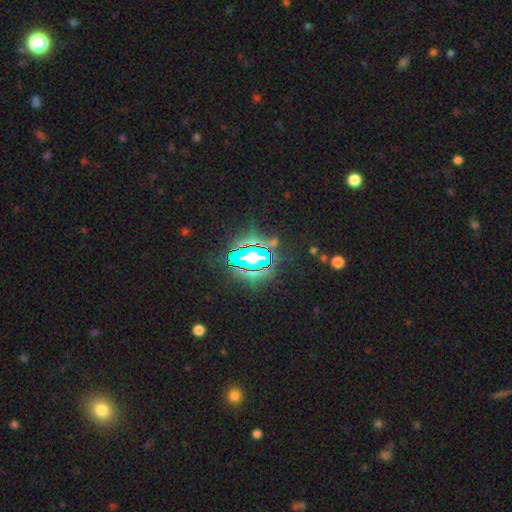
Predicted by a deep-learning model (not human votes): smooth-or-featured: star or artifact: 75% | smooth: 14% | featured or disk: 11%